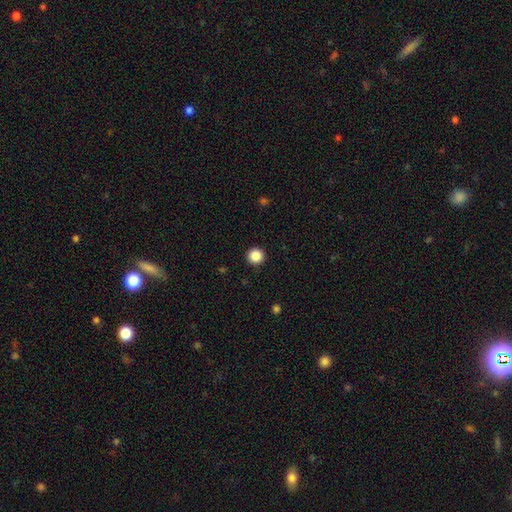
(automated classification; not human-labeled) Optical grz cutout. It shows a smooth galaxy with no disk features (88%) that is round (96%). Merging: none (93%).